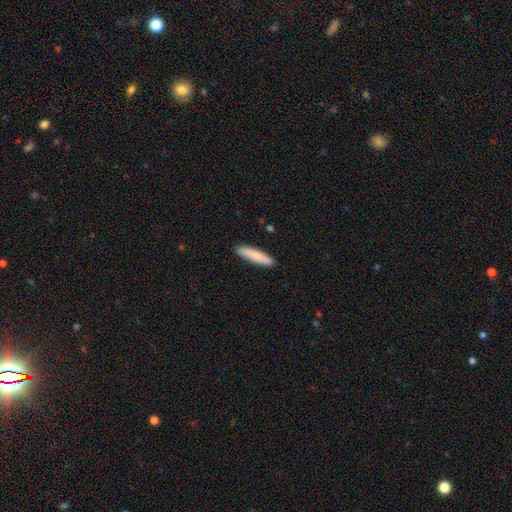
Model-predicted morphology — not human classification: Overall: smooth (83%). How rounded: cigar-shaped (84%). Merging: none (90%).